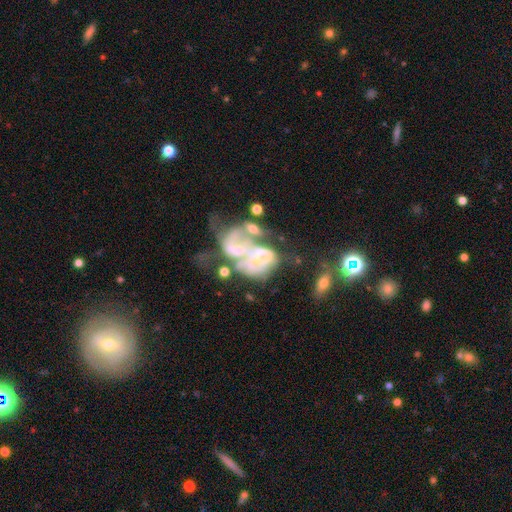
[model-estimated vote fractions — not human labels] featured or disk 73%, star or artifact 14%, smooth 13%. Down the decision tree: edge-on disk — no (98%); bar — no (80%); spiral arms — no (59%); bulge size — none (34%); merging — merger (46%).